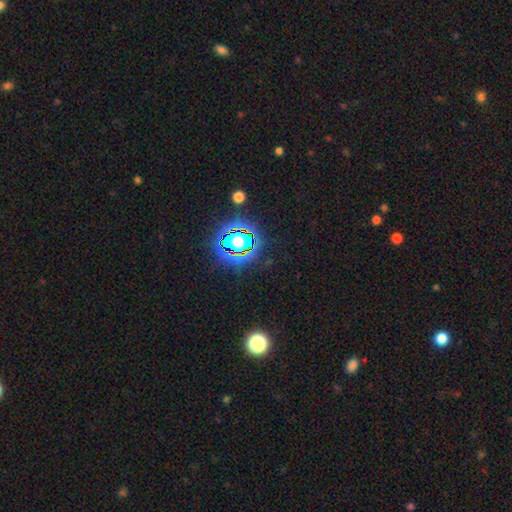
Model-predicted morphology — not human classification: Smooth or featured? Predicted: star or artifact (p=0.84).